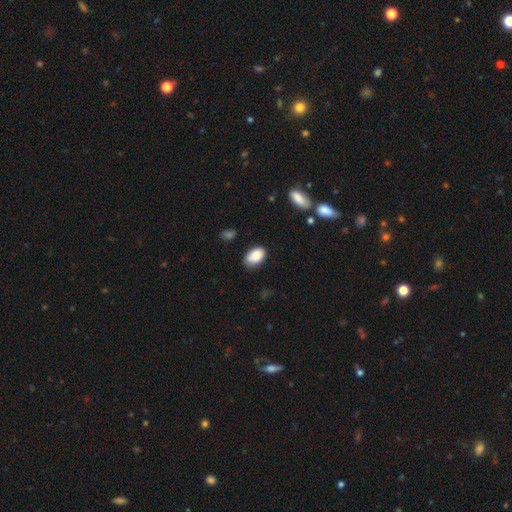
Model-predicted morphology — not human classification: smooth_or_featured: smooth (p=0.88) [alt: star or artifact p=0.07]
how_rounded: in between (p=0.92) [alt: round p=0.07]
merging: none (p=0.74) [alt: minor disturbance p=0.21]